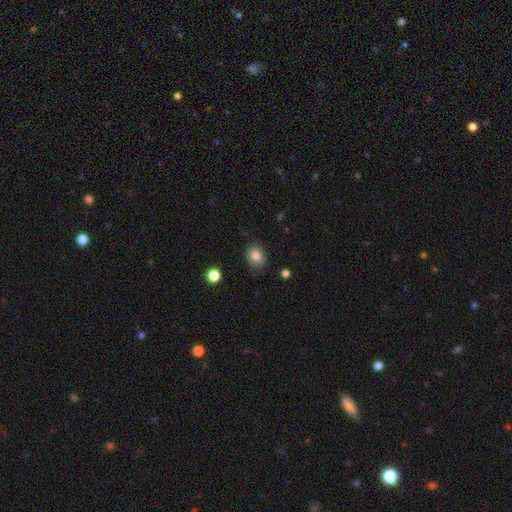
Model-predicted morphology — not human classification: Overall: smooth (79%). How rounded: in between (56%; round 43%). Merging: none (84%).